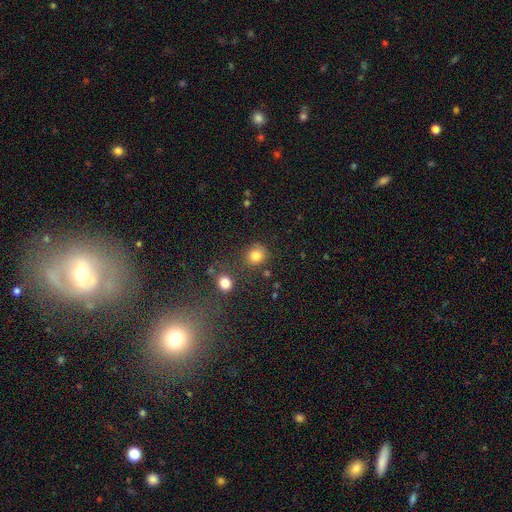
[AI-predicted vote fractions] The model was most divided on "merging": none: 75%, minor disturbance: 12%, merger: 8%, major disturbance: 5%. More confident: how rounded — round (85%); smooth or featured — smooth (82%).